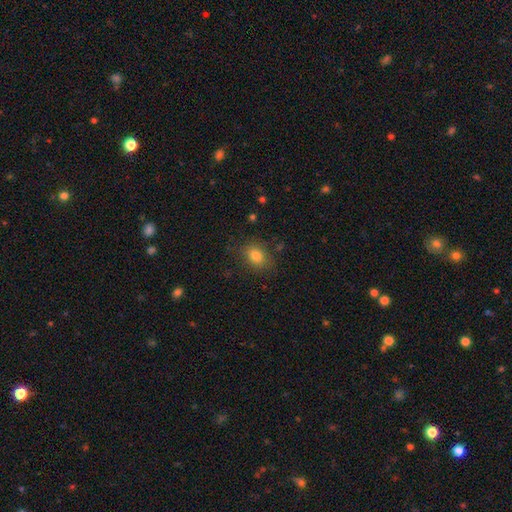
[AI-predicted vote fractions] Smooth or featured? smooth (82%)
How rounded? in between (61%)
Merging? none (79%)